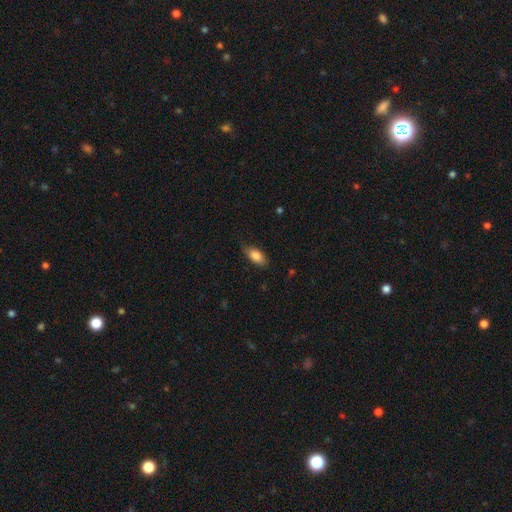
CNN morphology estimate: Overall: smooth (83%). How rounded: in between (89%). Merging: none (72%).